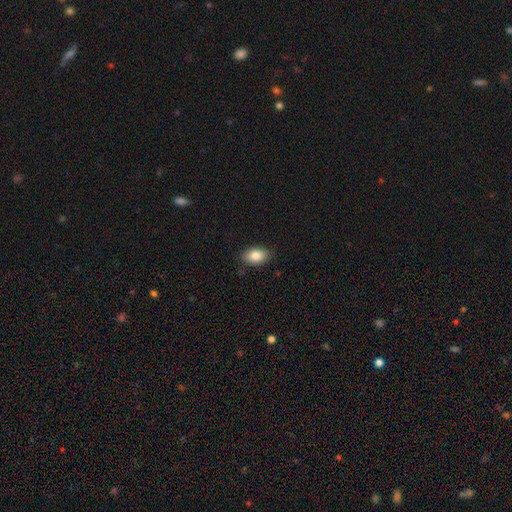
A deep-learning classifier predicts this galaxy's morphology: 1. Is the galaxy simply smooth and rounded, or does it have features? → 84% smooth, 9% featured or disk, 7% star or artifact.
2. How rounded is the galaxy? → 89% in between, 10% round, 1% cigar-shaped.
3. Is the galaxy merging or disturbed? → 86% none, 11% minor disturbance, 2% major disturbance, 1% merger.